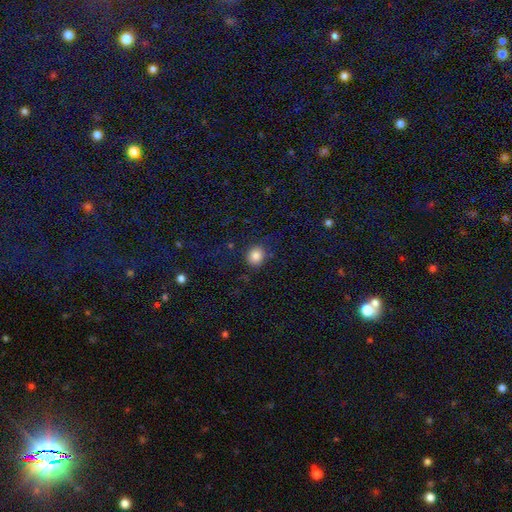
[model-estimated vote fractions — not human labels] Smooth or featured? smooth (84%)
How rounded? round (73%)
Merging? none (81%)